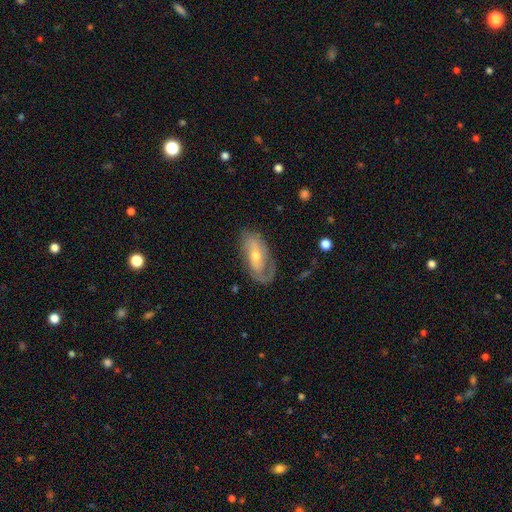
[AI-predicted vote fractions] The model was most divided on "spiral winding": tight: 39%, medium: 38%, loose: 23%. More confident: edge-on disk — no (91%); spiral arms — yes (84%); smooth or featured — featured or disk (72%); merging — none (65%); bulge size — moderate (54%); spiral arm count — 2 (54%); bar — no (51%).